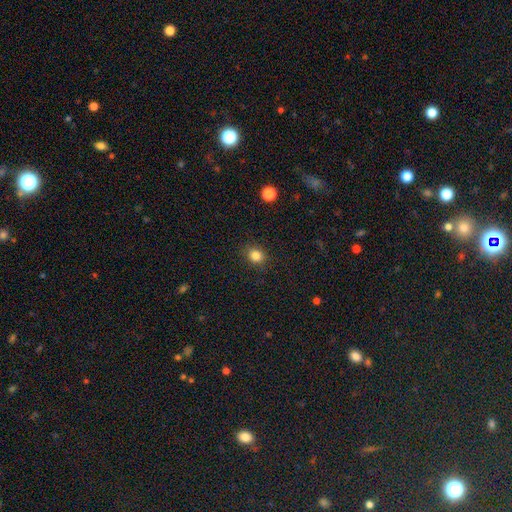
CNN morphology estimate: Q: Smooth or featured?
A: smooth (84%); runner-up: star or artifact (11%)
Q: How rounded?
A: round (61%); runner-up: in between (38%)
Q: Merging?
A: none (87%); runner-up: minor disturbance (9%)